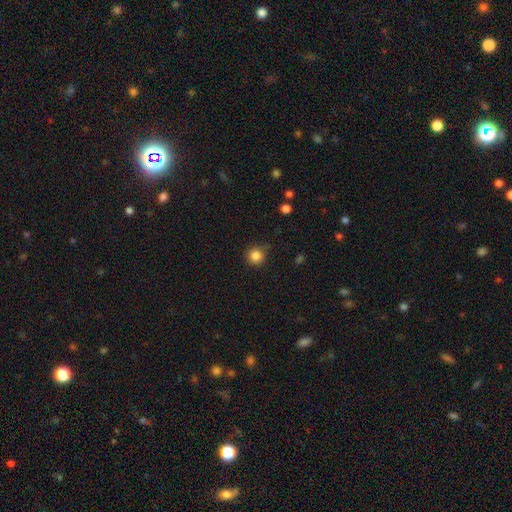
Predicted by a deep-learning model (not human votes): Smooth or featured? Predicted: smooth (p=0.84). How rounded? Predicted: round (p=0.95). Merging? Predicted: none (p=0.86).